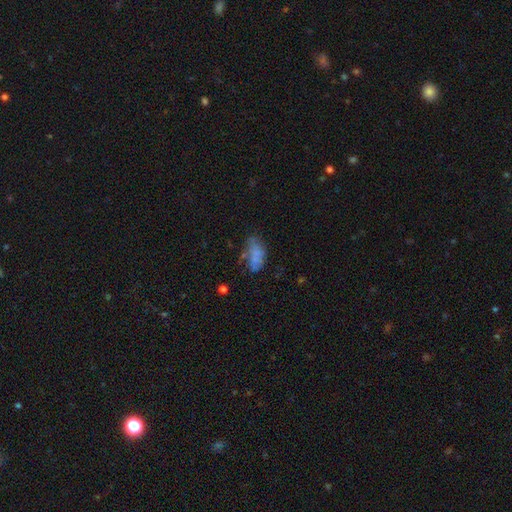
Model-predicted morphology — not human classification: Smooth or featured?
  - smooth: 66% *
  - featured or disk: 22%
  - star or artifact: 11%
How rounded?
  - in between: 90% *
  - cigar-shaped: 6%
  - round: 4%
Merging?
  - none: 44% *
  - minor disturbance: 29%
  - major disturbance: 19%
  - merger: 8%